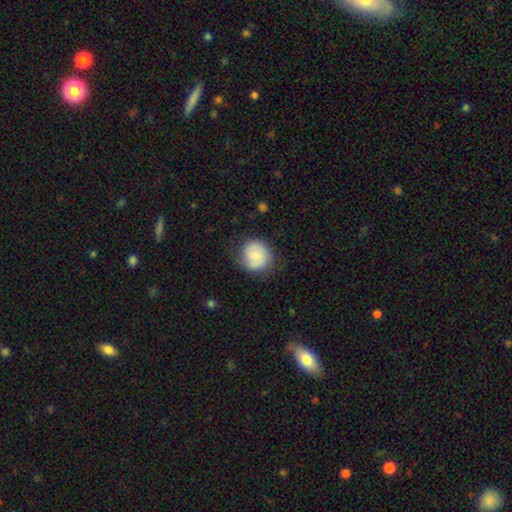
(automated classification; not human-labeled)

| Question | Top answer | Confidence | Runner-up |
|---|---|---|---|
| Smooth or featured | smooth | 56% | featured or disk (37%) |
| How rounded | round | 87% | in between (12%) |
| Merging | none | 76% | minor disturbance (18%) |